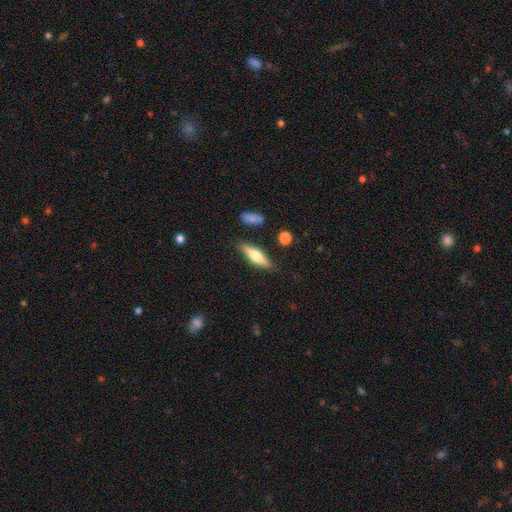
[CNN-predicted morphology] Smooth or featured? Predicted: smooth (p=0.55). How rounded? Predicted: cigar-shaped (p=0.60). Merging? Predicted: none (p=0.81).